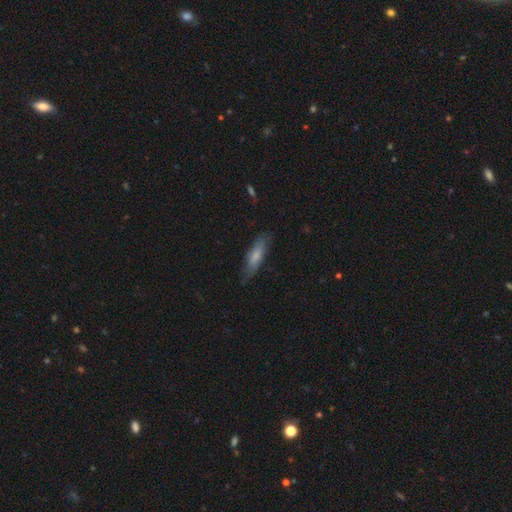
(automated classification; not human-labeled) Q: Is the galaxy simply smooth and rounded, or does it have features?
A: smooth — 70%.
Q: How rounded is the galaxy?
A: cigar-shaped — 57%.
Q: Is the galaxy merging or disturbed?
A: none — 75%.